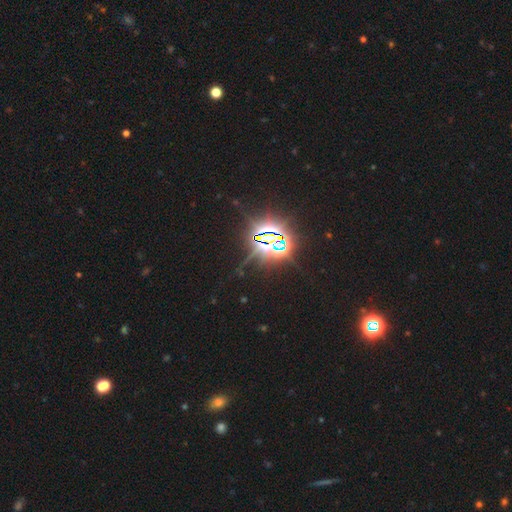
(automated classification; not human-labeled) This is clearly a star or artifact rather than a galaxy (84%).